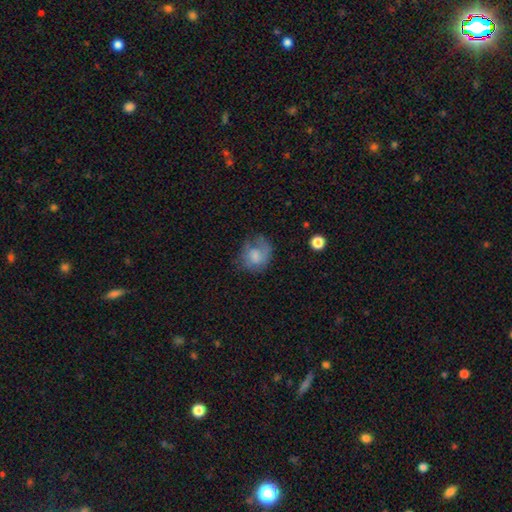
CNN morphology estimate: This is likely a smooth galaxy (62%). How rounded: possibly round (59%). Merging: possibly none (46%).